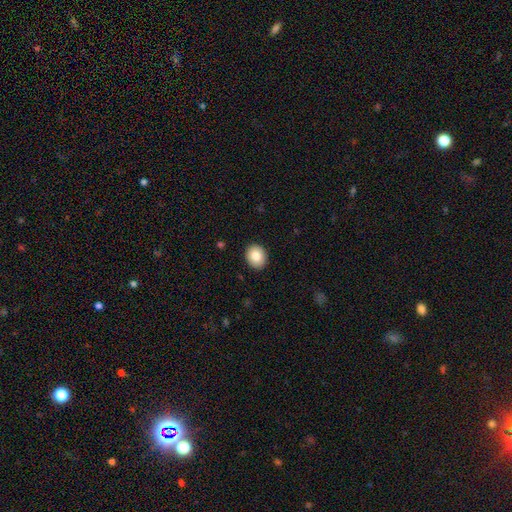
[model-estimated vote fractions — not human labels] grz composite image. It shows a smooth galaxy with no disk features (83%) that is round (62%). Merging: none (91%).